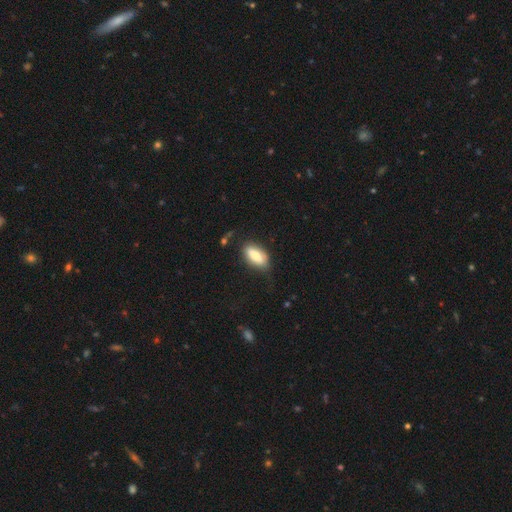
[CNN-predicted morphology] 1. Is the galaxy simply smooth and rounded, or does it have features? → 74% smooth, 19% featured or disk, 7% star or artifact.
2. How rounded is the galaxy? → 86% in between, 11% cigar-shaped, 3% round.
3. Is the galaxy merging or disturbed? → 68% none, 22% minor disturbance, 7% major disturbance, 3% merger.